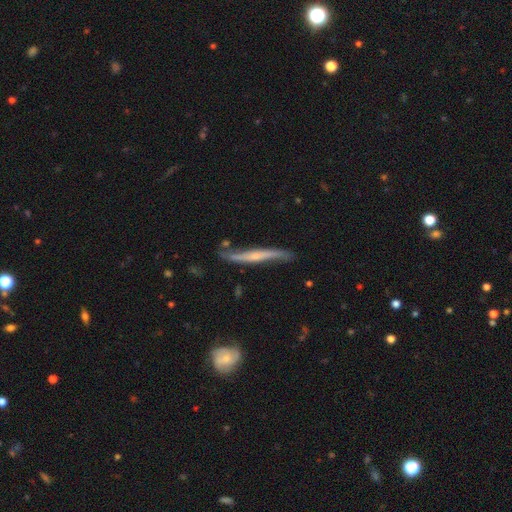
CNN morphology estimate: featured or disk 70%, smooth 25%, star or artifact 6%. Down the decision tree: edge-on disk — yes (82%); edge-on bulge — rounded (47%); merging — none (67%).